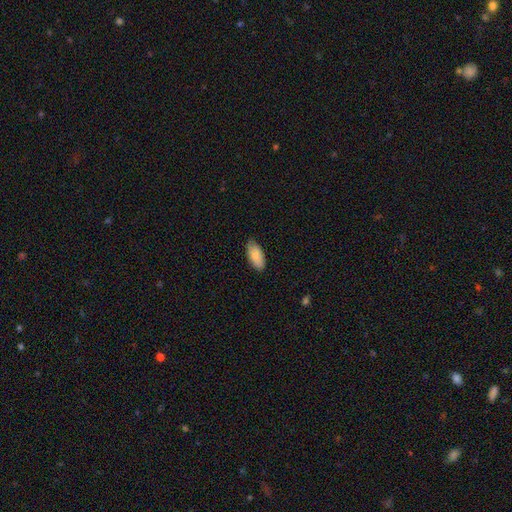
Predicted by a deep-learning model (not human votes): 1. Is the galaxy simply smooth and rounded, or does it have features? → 86% smooth, 8% featured or disk, 6% star or artifact.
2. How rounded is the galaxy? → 91% in between, 8% cigar-shaped, 2% round.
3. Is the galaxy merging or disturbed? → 80% none, 16% minor disturbance, 2% major disturbance, 1% merger.